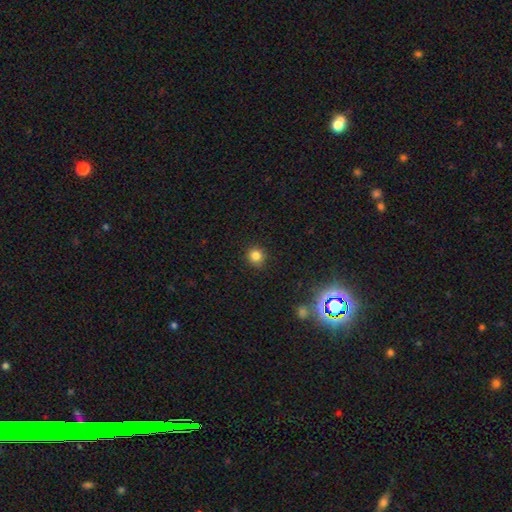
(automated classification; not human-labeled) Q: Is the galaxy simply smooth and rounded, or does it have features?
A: smooth — 81%.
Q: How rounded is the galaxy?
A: round — 90%.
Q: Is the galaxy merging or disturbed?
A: none — 89%.